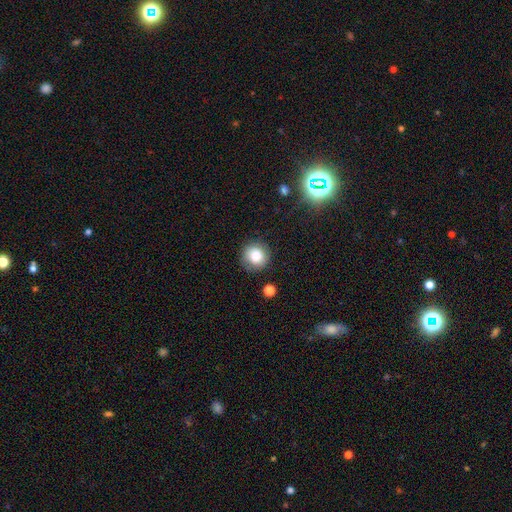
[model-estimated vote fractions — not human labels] Smooth or featured: smooth — 81% (star or artifact — 10%)
How rounded: round — 92% (in between — 7%)
Merging: none — 84% (minor disturbance — 11%)